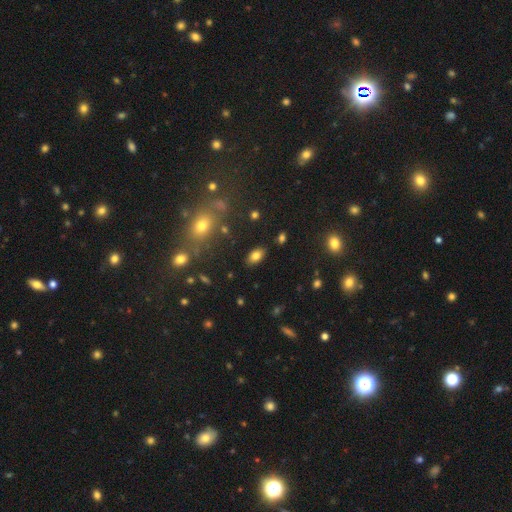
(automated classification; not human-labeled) The model was most divided on "smooth or featured": smooth: 80%, star or artifact: 11%, featured or disk: 9%. More confident: how rounded — in between (90%); merging — none (86%).